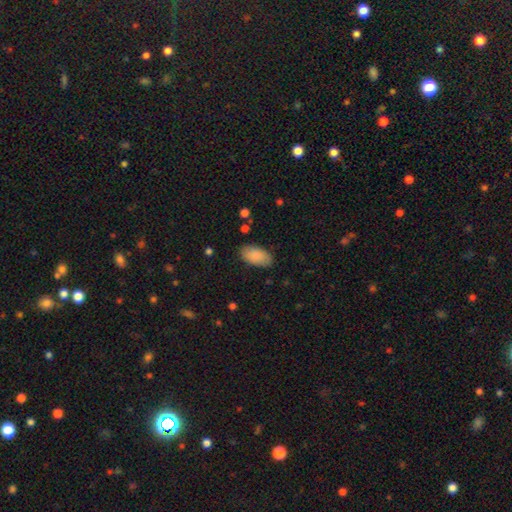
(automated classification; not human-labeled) Smooth or featured? smooth (88%)
How rounded? in between (95%)
Merging? none (83%)